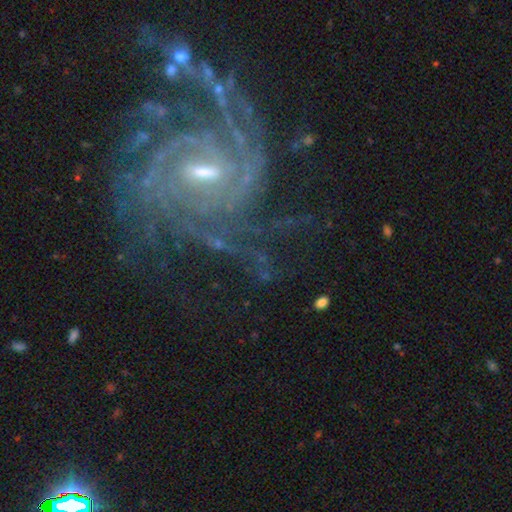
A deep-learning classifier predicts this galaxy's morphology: featured or disk 89%, star or artifact 7%, smooth 3%. Down the decision tree: edge-on disk — no (98%); bar — weak (52%); spiral arms — yes (98%); spiral arm count — can't tell (23%); spiral winding — tight (63%); bulge size — small (56%); merging — none (64%).